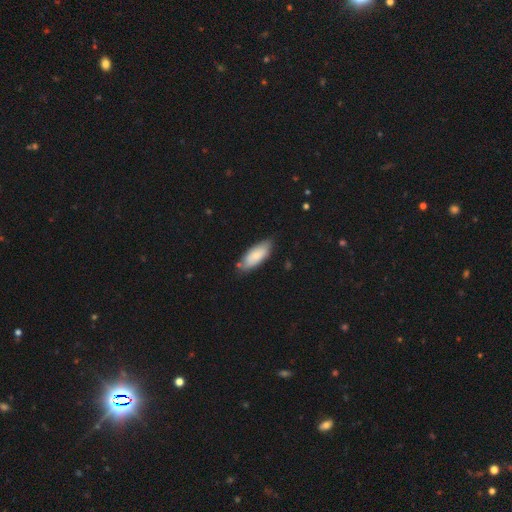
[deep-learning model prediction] smooth_or_featured: smooth (p=0.80) [alt: featured or disk p=0.14]
how_rounded: in between (p=0.77) [alt: cigar-shaped p=0.22]
merging: none (p=0.74) [alt: minor disturbance p=0.20]